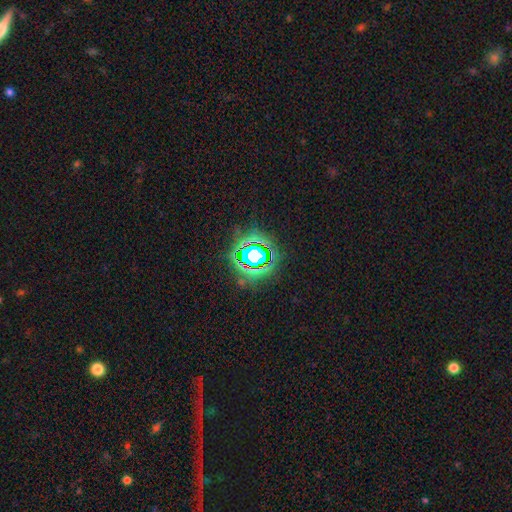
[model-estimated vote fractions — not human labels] Smooth or featured? star or artifact (68%)